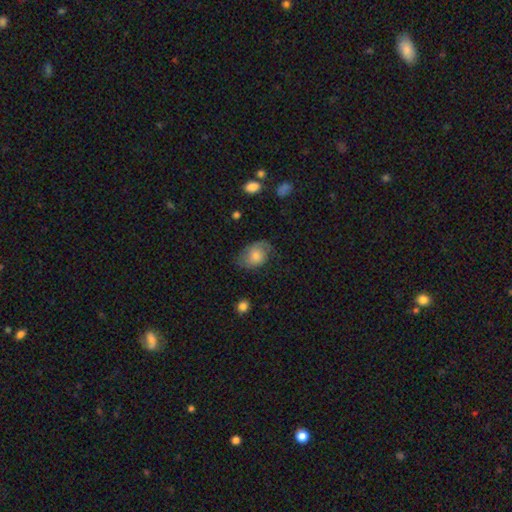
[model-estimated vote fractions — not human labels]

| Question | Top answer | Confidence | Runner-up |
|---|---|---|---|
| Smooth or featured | smooth | 57% | featured or disk (35%) |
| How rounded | in between | 69% | round (30%) |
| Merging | none | 58% | minor disturbance (27%) |